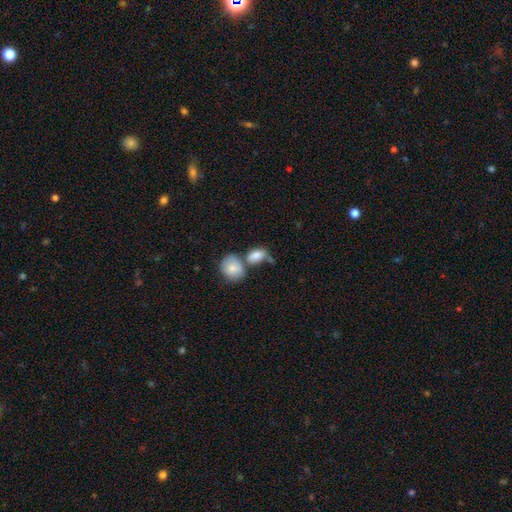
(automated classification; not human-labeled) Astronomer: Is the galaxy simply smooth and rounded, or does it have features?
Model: smooth — 79%.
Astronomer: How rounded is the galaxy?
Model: in between — 76%.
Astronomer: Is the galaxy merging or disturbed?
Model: merger — 41% (runner-up: none, 35%).